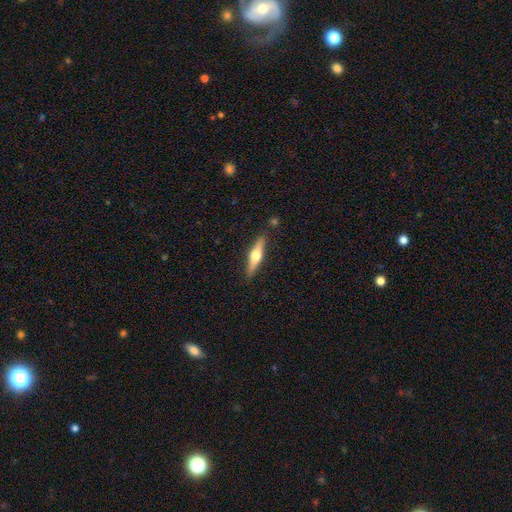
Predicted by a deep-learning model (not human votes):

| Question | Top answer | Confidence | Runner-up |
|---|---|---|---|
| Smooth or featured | featured or disk | 58% | smooth (36%) |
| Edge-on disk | yes | 96% | no (4%) |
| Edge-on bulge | rounded | 95% | boxy (3%) |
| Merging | none | 87% | minor disturbance (9%) |